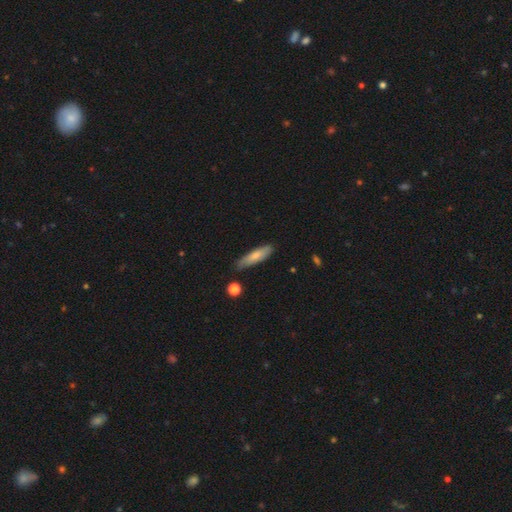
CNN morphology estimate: Smooth or featured? smooth (74%)
How rounded? cigar-shaped (75%)
Merging? none (78%)